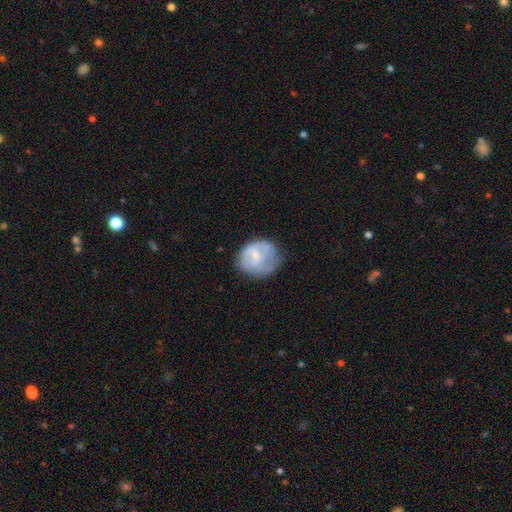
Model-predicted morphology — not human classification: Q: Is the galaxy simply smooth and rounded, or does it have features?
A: featured or disk — 53%.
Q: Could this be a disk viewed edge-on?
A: no — 98%.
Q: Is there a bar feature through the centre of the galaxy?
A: no — 51%.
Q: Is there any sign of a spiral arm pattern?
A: yes — 59%.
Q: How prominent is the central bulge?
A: small — 56%.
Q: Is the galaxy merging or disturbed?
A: none — 50%.